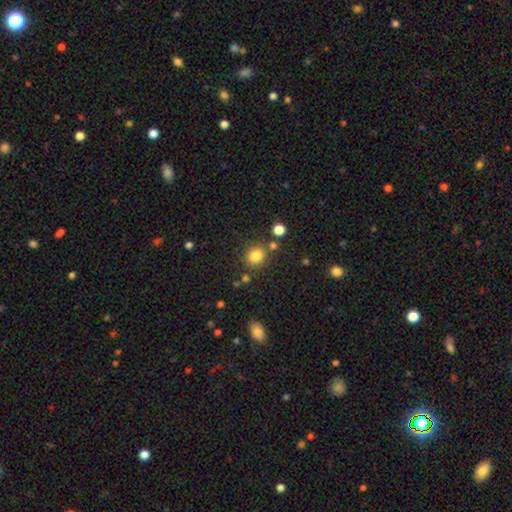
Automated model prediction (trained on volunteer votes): Smooth or featured: smooth — 82% (star or artifact — 13%)
How rounded: round — 82% (in between — 17%)
Merging: none — 79% (minor disturbance — 9%)